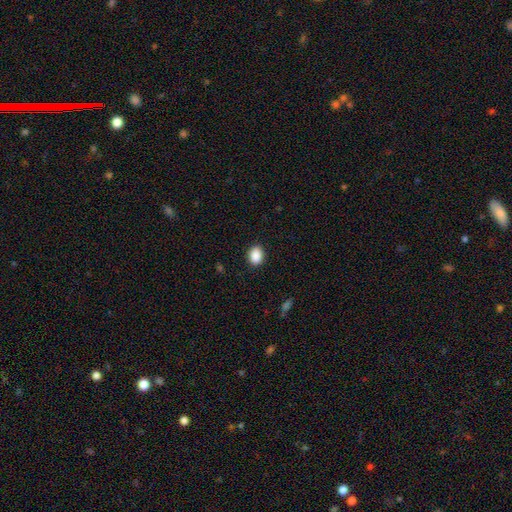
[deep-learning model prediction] Smooth or featured: smooth — 90% (star or artifact — 8%)
How rounded: in between — 66% (round — 33%)
Merging: none — 89% (minor disturbance — 8%)